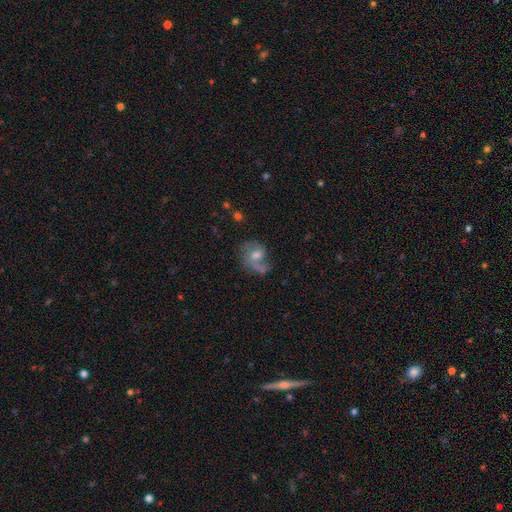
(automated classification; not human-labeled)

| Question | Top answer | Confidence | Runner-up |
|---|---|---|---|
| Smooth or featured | featured or disk | 62% | smooth (27%) |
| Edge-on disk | no | 97% | yes (3%) |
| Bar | no | 54% | weak (38%) |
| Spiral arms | yes | 81% | no (19%) |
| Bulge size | moderate | 56% | small (29%) |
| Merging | none | 47% | major disturbance (24%) |